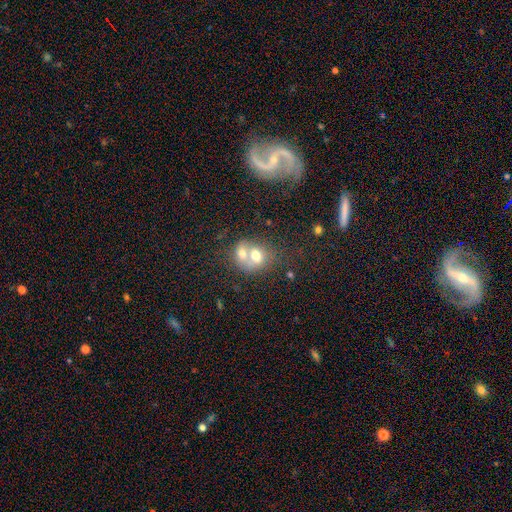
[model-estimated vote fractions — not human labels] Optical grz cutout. It shows a smooth galaxy with no disk features (65%) that is round (55%). Merging: merger (71%).